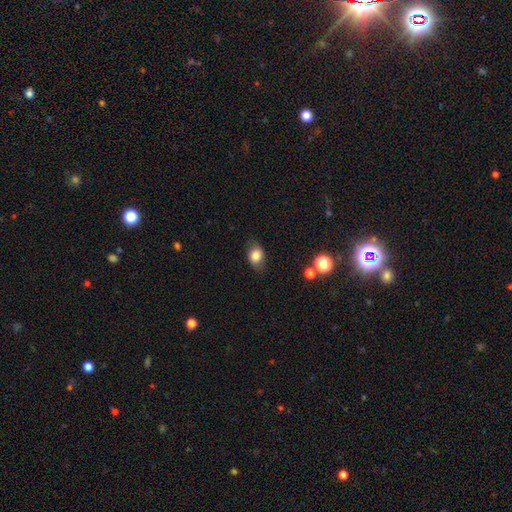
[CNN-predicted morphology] Q: Smooth or featured?
A: smooth (78%); runner-up: featured or disk (13%)
Q: How rounded?
A: in between (71%); runner-up: round (28%)
Q: Merging?
A: none (76%); runner-up: minor disturbance (17%)